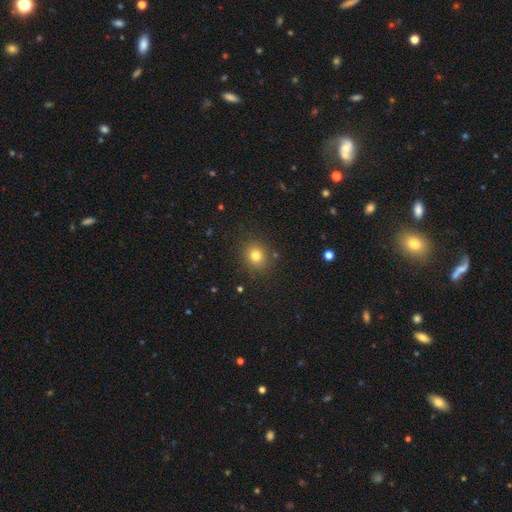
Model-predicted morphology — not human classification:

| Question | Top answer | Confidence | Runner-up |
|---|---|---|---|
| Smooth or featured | smooth | 78% | star or artifact (15%) |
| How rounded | round | 76% | in between (23%) |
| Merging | none | 87% | minor disturbance (9%) |